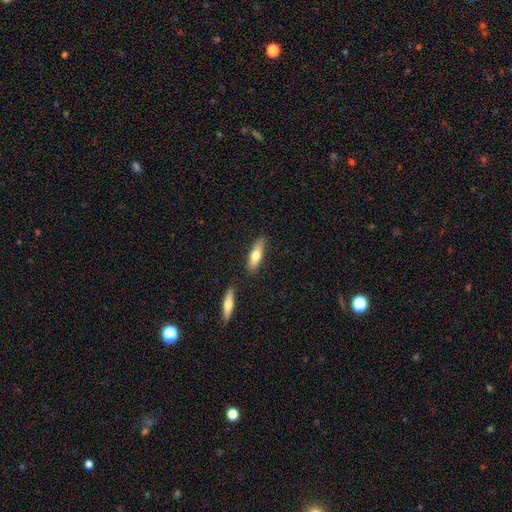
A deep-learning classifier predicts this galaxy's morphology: smooth-or-featured: smooth: 67% | featured or disk: 27% | star or artifact: 6%
  how-rounded: cigar-shaped: 55% | in between: 43% | round: 2%
  merging: none: 79% | minor disturbance: 12% | merger: 6% | major disturbance: 2%